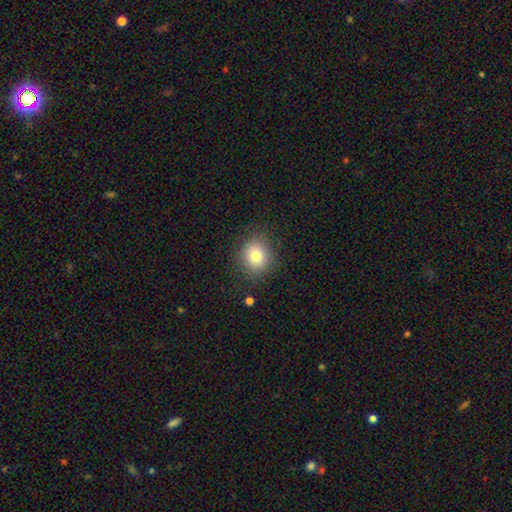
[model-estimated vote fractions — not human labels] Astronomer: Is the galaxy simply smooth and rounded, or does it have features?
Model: smooth — 79%.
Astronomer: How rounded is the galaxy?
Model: round — 83%.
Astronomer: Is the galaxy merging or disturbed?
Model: none — 86%.